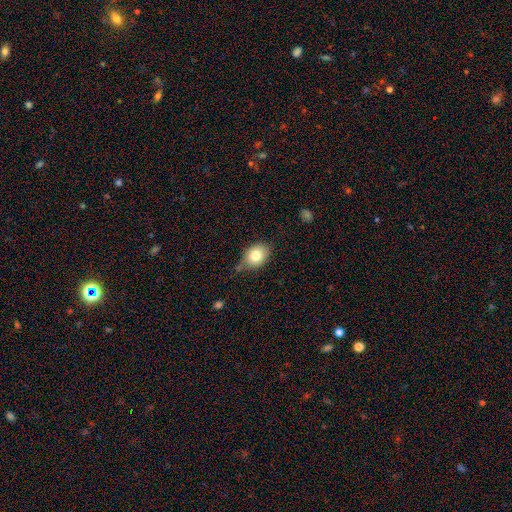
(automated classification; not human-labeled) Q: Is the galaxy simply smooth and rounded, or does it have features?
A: smooth — 80%.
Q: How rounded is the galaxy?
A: in between — 57%.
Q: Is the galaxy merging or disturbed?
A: none — 66%.